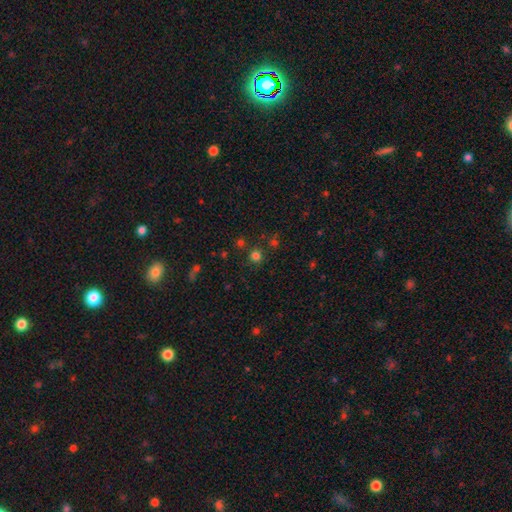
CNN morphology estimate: smooth-or-featured: smooth: 73% | star or artifact: 21% | featured or disk: 5%
  how-rounded: round: 94% | in between: 5% | cigar-shaped: 1%
  merging: none: 84% | minor disturbance: 7% | merger: 6% | major disturbance: 3%